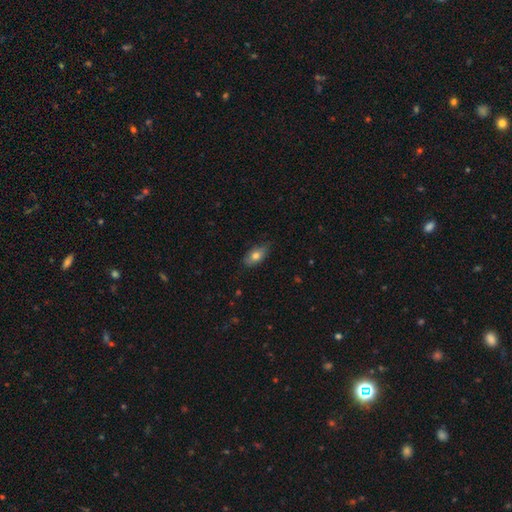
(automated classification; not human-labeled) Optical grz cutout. It shows a smooth galaxy with no disk features (75%) that is in between round and cigar-shaped (89%). Merging: none (74%).